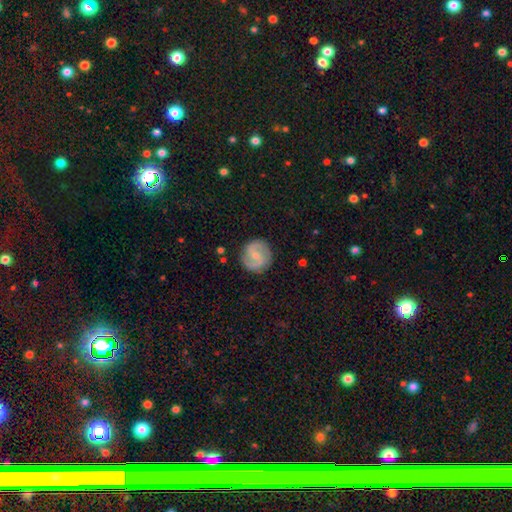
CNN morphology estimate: A featured or disk galaxy (77%) with a weak bar (52%), 2 (92%) medium (52%) spiral arms (94%) and a small central bulge (60%). Merging: none (86%).